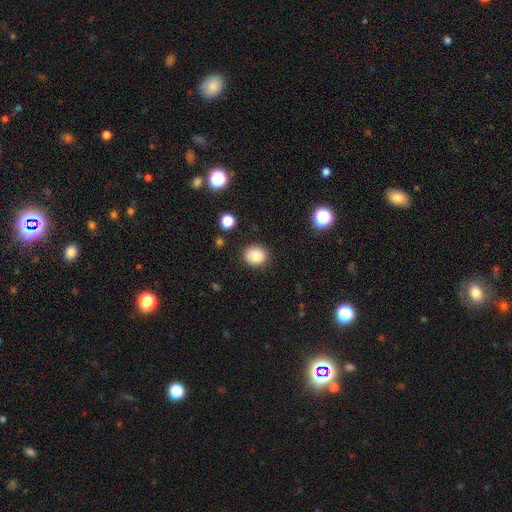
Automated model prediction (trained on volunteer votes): Smooth or featured?
  - smooth: 86% *
  - star or artifact: 10%
  - featured or disk: 4%
How rounded?
  - round: 69% *
  - in between: 30%
  - cigar-shaped: 1%
Merging?
  - none: 86% *
  - minor disturbance: 9%
  - major disturbance: 3%
  - merger: 1%